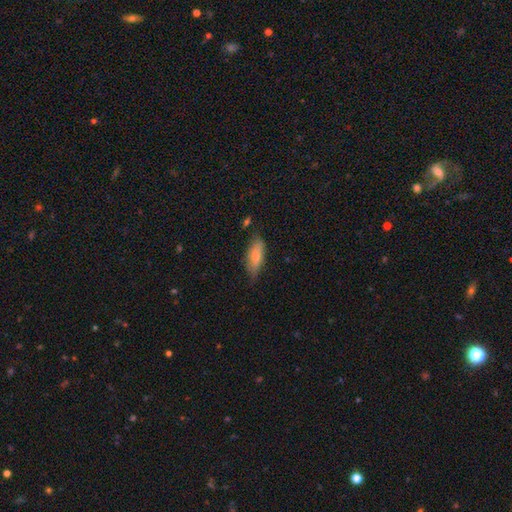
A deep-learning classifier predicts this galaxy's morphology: A smooth galaxy with no disk features (81%) that is in between round and cigar-shaped (67%). Merging: none (67%).